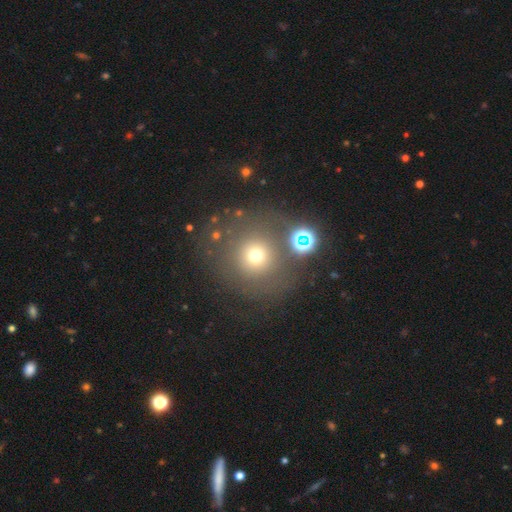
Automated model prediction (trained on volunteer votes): Overall: smooth (68%). How rounded: round (92%). Merging: none (74%).